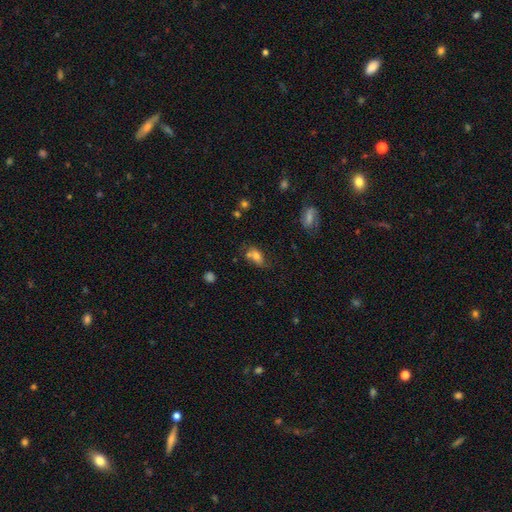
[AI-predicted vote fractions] smooth-or-featured: smooth: 69% | featured or disk: 18% | star or artifact: 13%
  how-rounded: in between: 81% | round: 14% | cigar-shaped: 5%
  merging: none: 40% | merger: 30% | minor disturbance: 20% | major disturbance: 10%